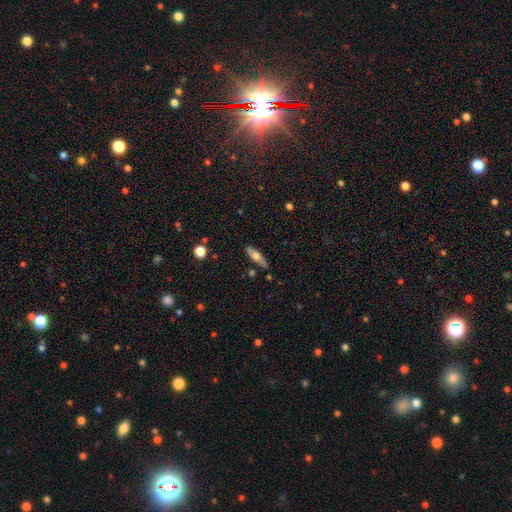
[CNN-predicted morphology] A smooth galaxy with no disk features (50%) that is cigar-shaped (59%). Merging: none (79%).